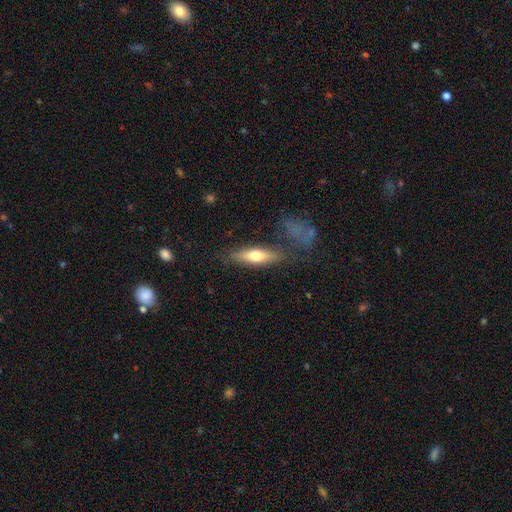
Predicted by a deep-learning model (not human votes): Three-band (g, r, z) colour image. It shows a smooth galaxy with no disk features (54%) that is cigar-shaped (67%). Merging: none (77%).